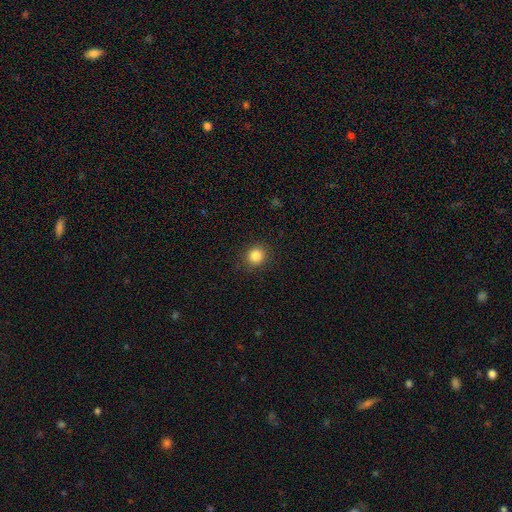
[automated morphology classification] Overall: smooth (85%). How rounded: round (90%). Merging: none (90%).